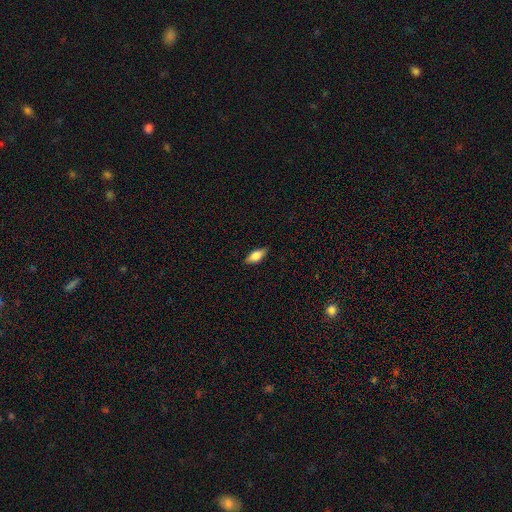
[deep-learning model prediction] This appears to be a smooth galaxy with no disk features (72%) that is in between round and cigar-shaped (76%). Merging: none (85%).